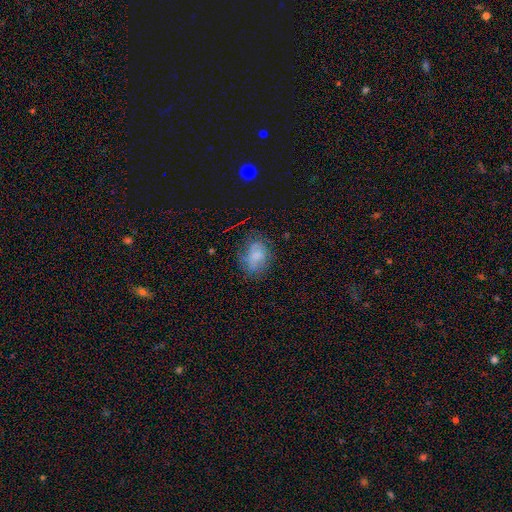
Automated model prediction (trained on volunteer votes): Overall: smooth (60%; featured or disk 28%). How rounded: in between (69%; round 29%). Merging: none (60%; minor disturbance 24%).